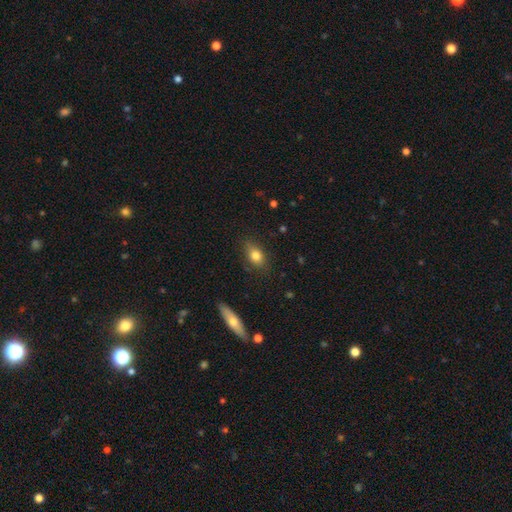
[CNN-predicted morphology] This is likely a smooth galaxy (79%). How rounded: likely in between (75%). Merging: likely none (80%).